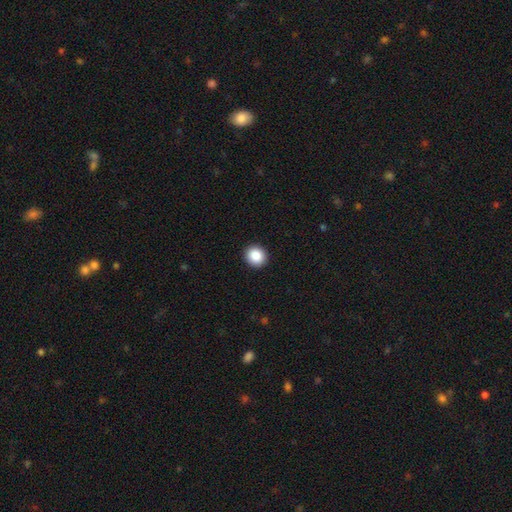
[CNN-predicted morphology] Overall: smooth (88%). How rounded: round (87%). Merging: none (93%).